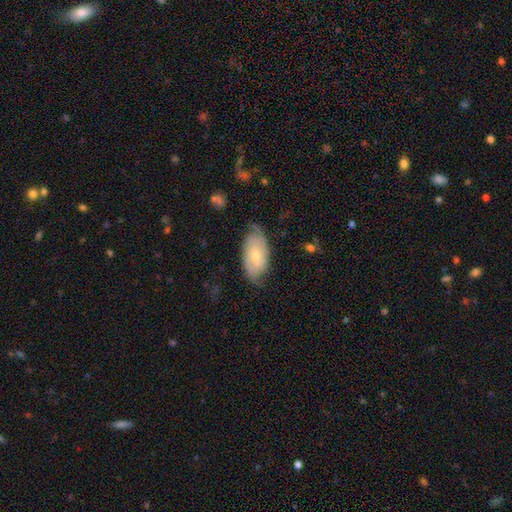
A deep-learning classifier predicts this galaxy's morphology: Overall: featured or disk (61%; smooth 33%). Edge-on disk: no (93%). Bar: no (64%; weak 30%). Spiral arms: yes (85%). Bulge size: small (53%; moderate 43%). Merging: none (64%; minor disturbance 27%).